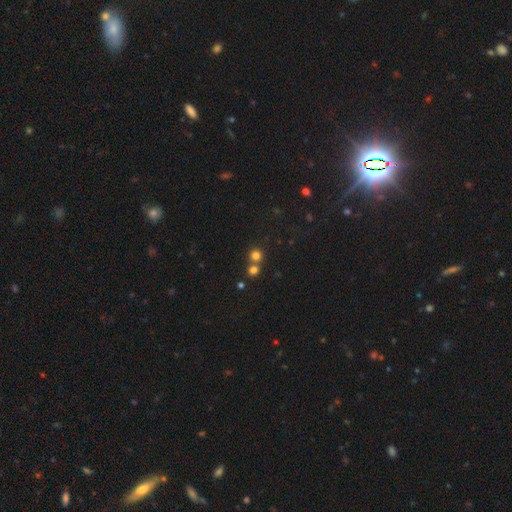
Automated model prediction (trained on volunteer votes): smooth-or-featured: smooth: 77% | star or artifact: 16% | featured or disk: 7%
  how-rounded: round: 91% | in between: 8% | cigar-shaped: 1%
  merging: none: 59% | merger: 34% | minor disturbance: 5% | major disturbance: 2%